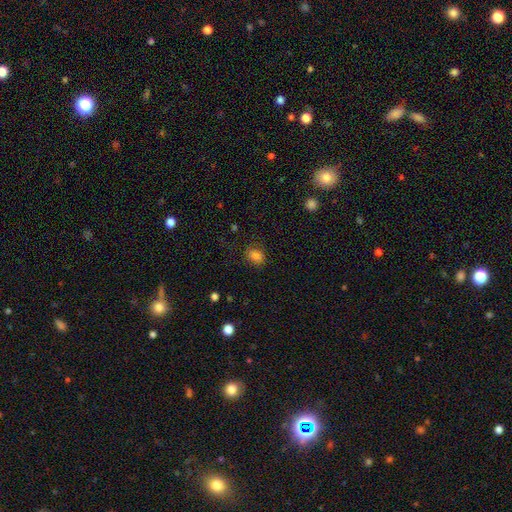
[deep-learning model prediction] Smooth or featured? smooth (81%)
How rounded? round (57%)
Merging? none (78%)